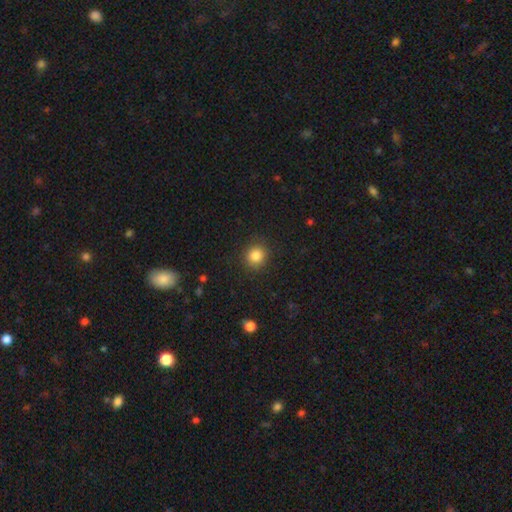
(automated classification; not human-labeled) Smooth or featured: smooth — 85% (star or artifact — 11%)
How rounded: round — 90% (in between — 9%)
Merging: none — 89% (minor disturbance — 7%)